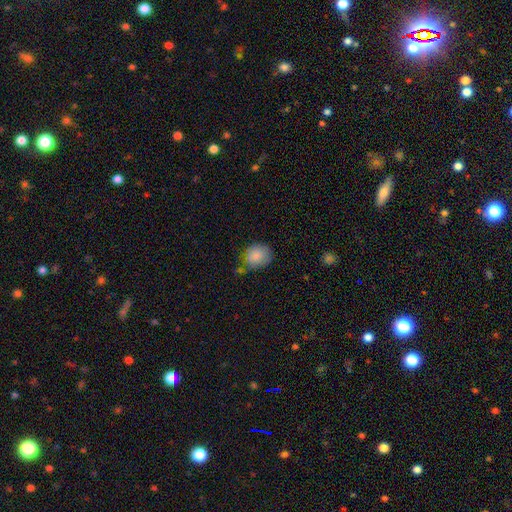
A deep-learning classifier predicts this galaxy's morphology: Q: Smooth or featured?
A: smooth (86%); runner-up: star or artifact (8%)
Q: How rounded?
A: round (60%); runner-up: in between (39%)
Q: Merging?
A: none (59%); runner-up: minor disturbance (27%)